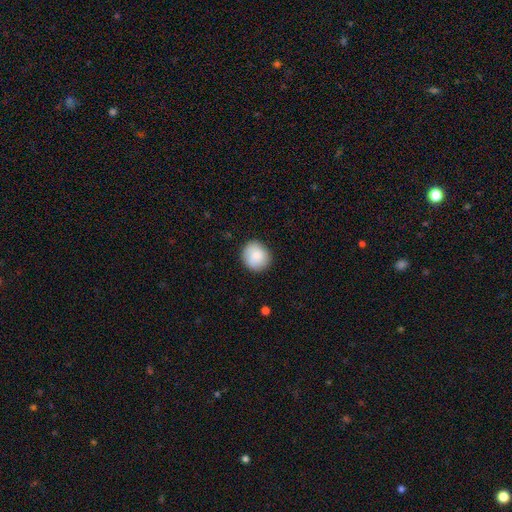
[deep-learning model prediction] This is clearly a smooth galaxy (87%). How rounded: clearly round (86%). Merging: clearly none (88%).